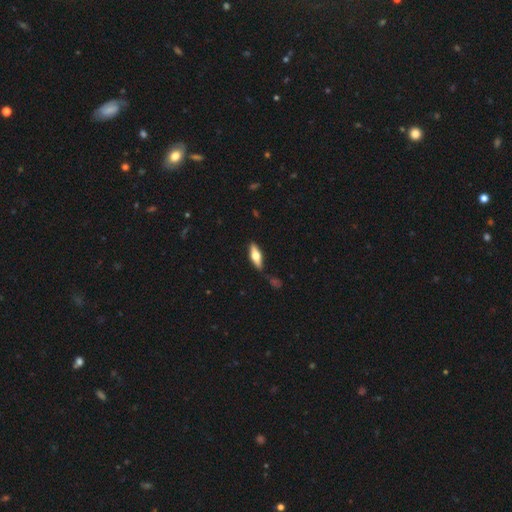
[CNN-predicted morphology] Smooth or featured: smooth — 47% (tied with featured or disk — 47%)
Merging: none — 82% (minor disturbance — 13%)